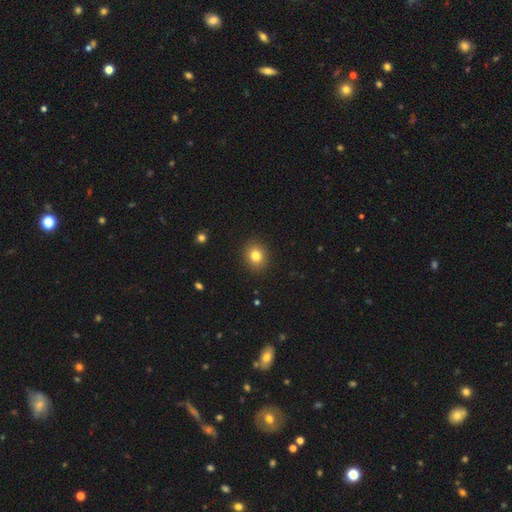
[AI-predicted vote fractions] The model was most divided on "how rounded": round: 70%, in between: 29%, cigar-shaped: 1%. More confident: merging — none (90%); smooth or featured — smooth (82%).